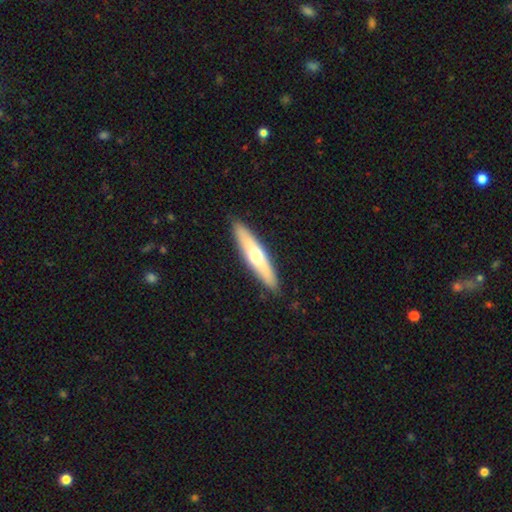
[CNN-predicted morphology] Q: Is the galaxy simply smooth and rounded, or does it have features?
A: smooth — 50%.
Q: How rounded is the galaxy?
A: cigar-shaped — 84%.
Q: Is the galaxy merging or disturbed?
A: none — 90%.